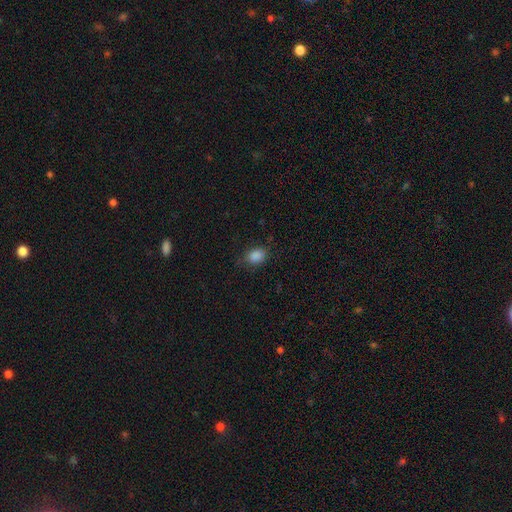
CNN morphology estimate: Smooth or featured?
  - smooth: 86% *
  - star or artifact: 10%
  - featured or disk: 4%
How rounded?
  - in between: 70% *
  - round: 29%
  - cigar-shaped: 1%
Merging?
  - none: 76% *
  - minor disturbance: 18%
  - major disturbance: 5%
  - merger: 1%